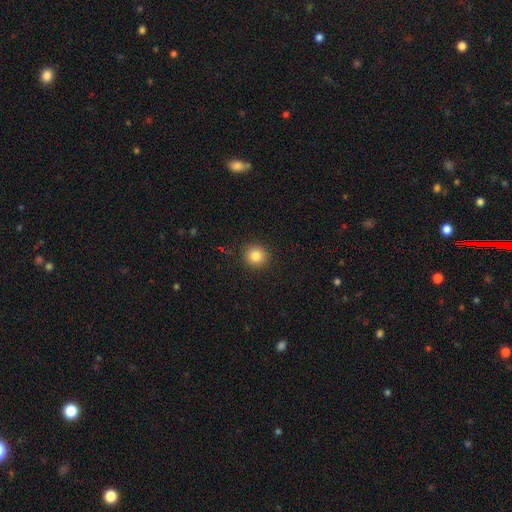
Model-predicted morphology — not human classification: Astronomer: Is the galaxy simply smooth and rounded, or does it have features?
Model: smooth — 82%.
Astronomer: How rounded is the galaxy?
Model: round — 93%.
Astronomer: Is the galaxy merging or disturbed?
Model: none — 92%.